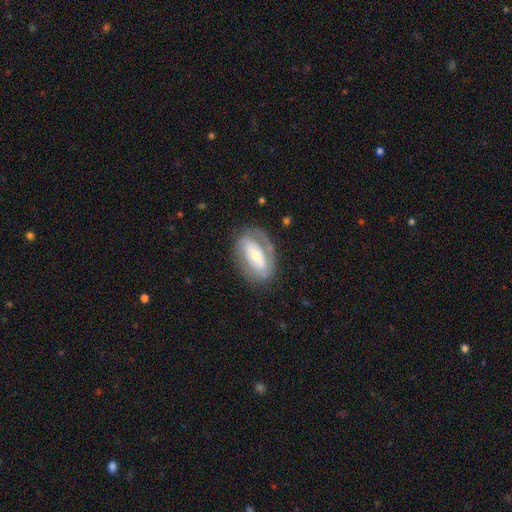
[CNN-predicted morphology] A featured or disk galaxy (66%) with a strong bar (39%), spiral arms (58%) and a moderate central bulge (49%). Merging: none (70%).